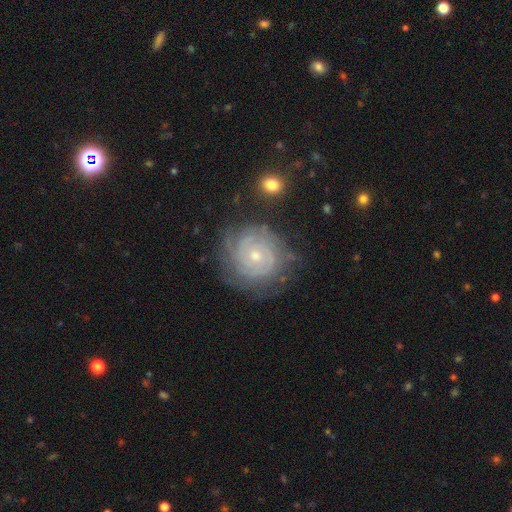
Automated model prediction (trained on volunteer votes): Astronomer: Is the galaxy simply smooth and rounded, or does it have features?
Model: featured or disk — 84%.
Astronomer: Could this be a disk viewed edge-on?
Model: no — 98%.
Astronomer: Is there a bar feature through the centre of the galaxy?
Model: no — 78%.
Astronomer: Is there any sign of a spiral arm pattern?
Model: yes — 95%.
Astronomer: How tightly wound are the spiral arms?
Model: tight — 81%.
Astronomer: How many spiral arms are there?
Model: can't tell — 33% (runner-up: 2, 28%).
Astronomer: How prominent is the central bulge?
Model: small — 58% (runner-up: moderate, 39%).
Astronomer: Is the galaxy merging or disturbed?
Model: none — 75%.